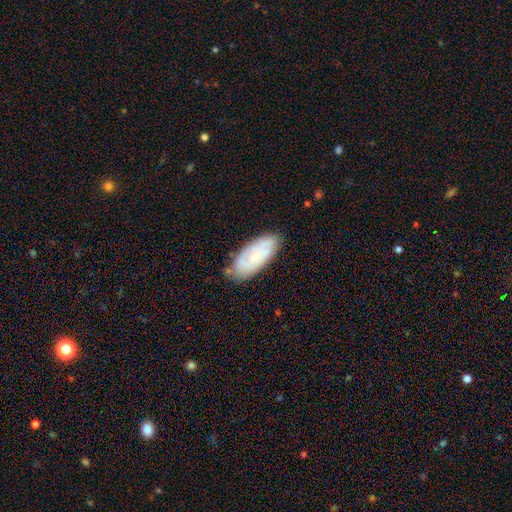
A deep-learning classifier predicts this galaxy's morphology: Overall: featured or disk (49%; smooth 44%). Merging: none (76%).